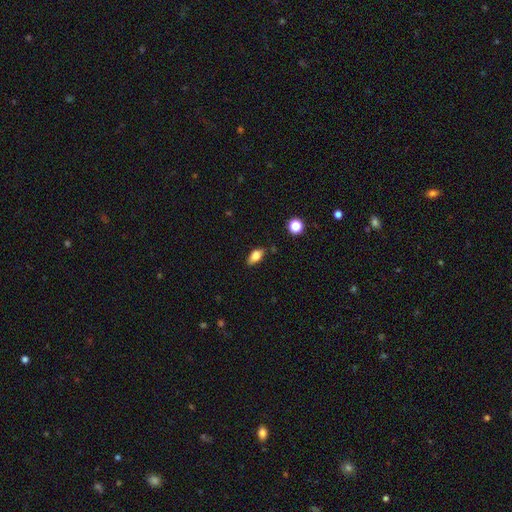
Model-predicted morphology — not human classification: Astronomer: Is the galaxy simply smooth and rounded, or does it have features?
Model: smooth — 78%.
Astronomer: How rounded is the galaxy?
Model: in between — 84%.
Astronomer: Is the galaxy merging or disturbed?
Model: none — 78%.